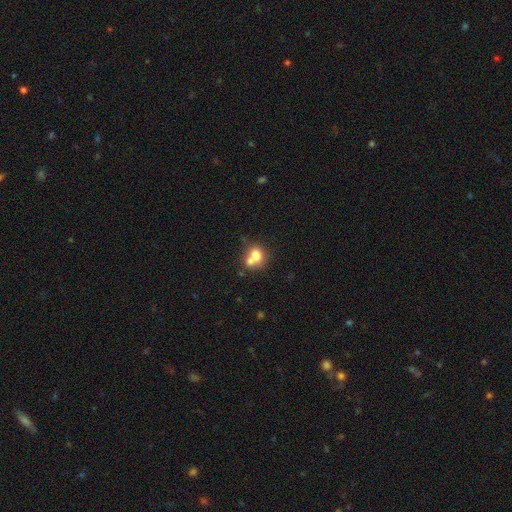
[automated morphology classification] A smooth galaxy with no disk features (71%) that is round (66%). Merging: merger (54%).